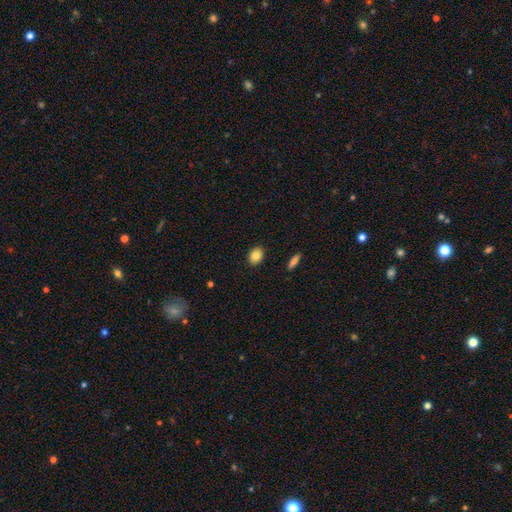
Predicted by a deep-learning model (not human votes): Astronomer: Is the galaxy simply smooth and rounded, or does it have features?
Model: smooth — 86%.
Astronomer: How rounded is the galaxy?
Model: in between — 66%.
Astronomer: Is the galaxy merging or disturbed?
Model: none — 90%.